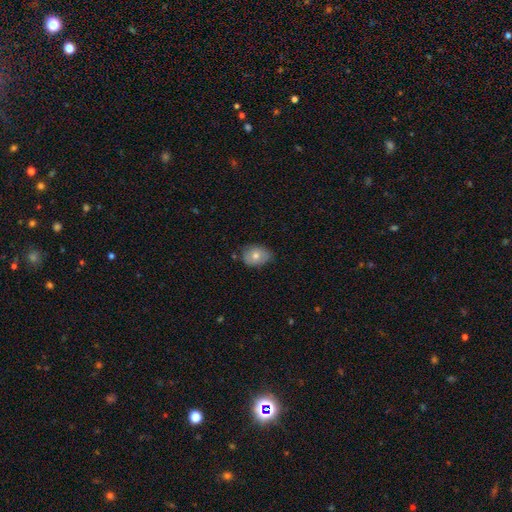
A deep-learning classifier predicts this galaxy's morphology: Smooth or featured?
  - smooth: 70% *
  - featured or disk: 22%
  - star or artifact: 9%
How rounded?
  - in between: 75% *
  - round: 24%
  - cigar-shaped: 1%
Merging?
  - none: 73% *
  - minor disturbance: 22%
  - major disturbance: 3%
  - merger: 2%